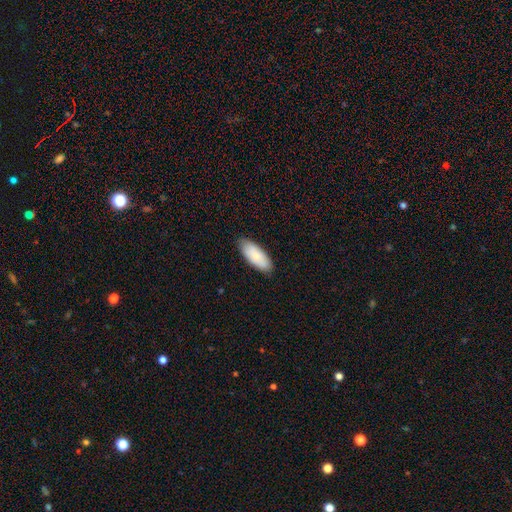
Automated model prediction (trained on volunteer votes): Morphology: type=smooth (84%); roundness=in between (82%); merging=none (86%).